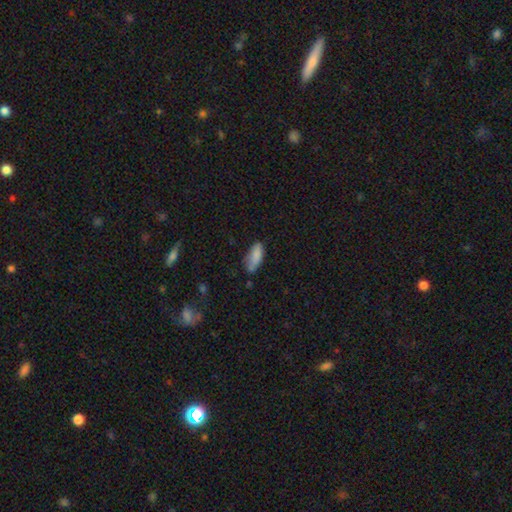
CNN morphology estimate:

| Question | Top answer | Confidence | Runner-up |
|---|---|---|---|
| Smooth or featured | smooth | 83% | featured or disk (9%) |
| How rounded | in between | 77% | cigar-shaped (21%) |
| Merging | none | 53% | minor disturbance (32%) |